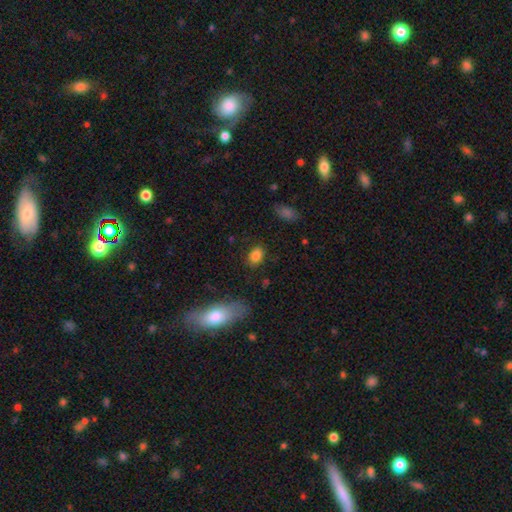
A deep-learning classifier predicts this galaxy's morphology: This appears to be a smooth galaxy with no disk features (85%) that is in between round and cigar-shaped (79%). Merging: none (82%).